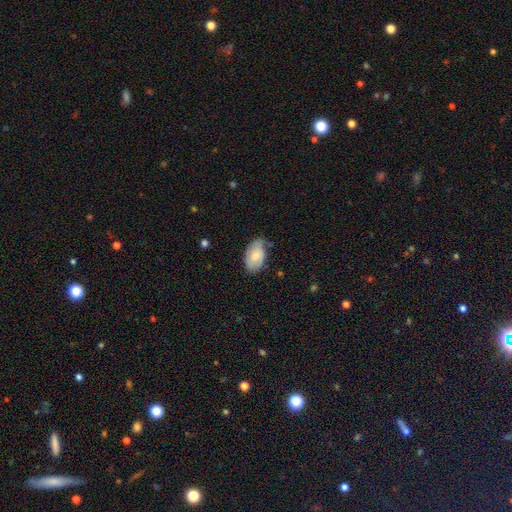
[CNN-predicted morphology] type=smooth (71%); roundness=in between (92%); merging=none (57%).